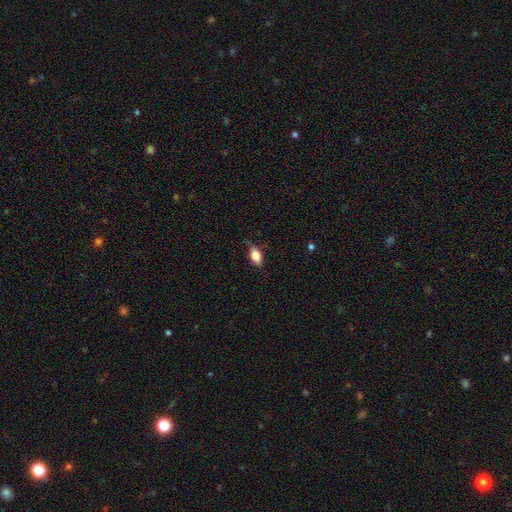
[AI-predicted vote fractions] smooth_or_featured: smooth (p=0.82) [alt: featured or disk p=0.11]
how_rounded: in between (p=0.87) [alt: round p=0.09]
merging: none (p=0.70) [alt: minor disturbance p=0.24]